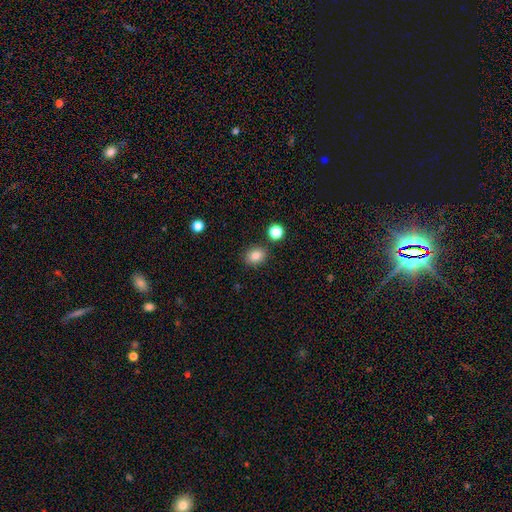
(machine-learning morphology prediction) This is clearly a smooth galaxy (84%). How rounded: possibly round (54%). Merging: clearly none (85%).